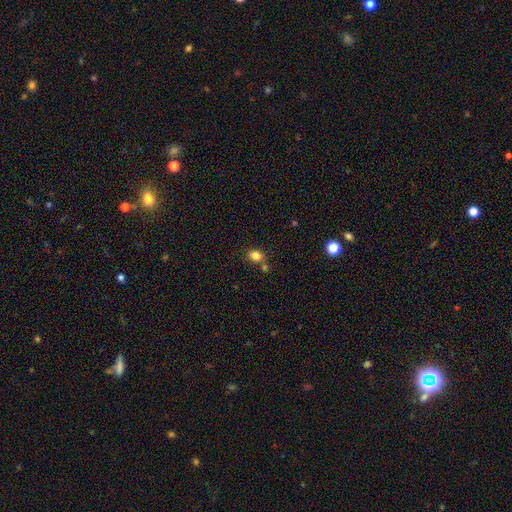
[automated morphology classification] Smooth or featured?
  - smooth: 83% *
  - star or artifact: 11%
  - featured or disk: 6%
How rounded?
  - in between: 56% *
  - round: 43%
  - cigar-shaped: 1%
Merging?
  - none: 65% *
  - merger: 18%
  - minor disturbance: 13%
  - major disturbance: 4%